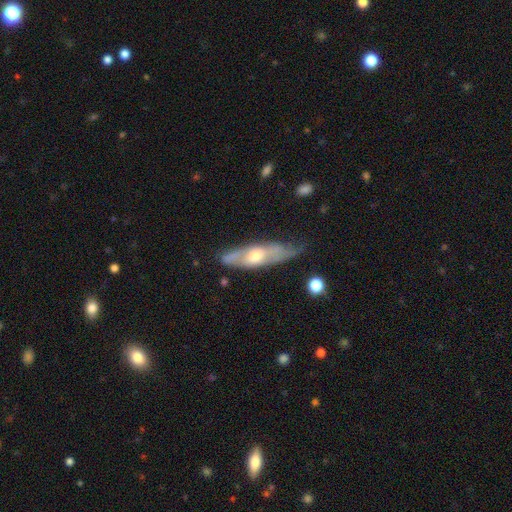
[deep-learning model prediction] Morphology: type=featured or disk (62%); edge-on=no (51%); merging=none (62%).